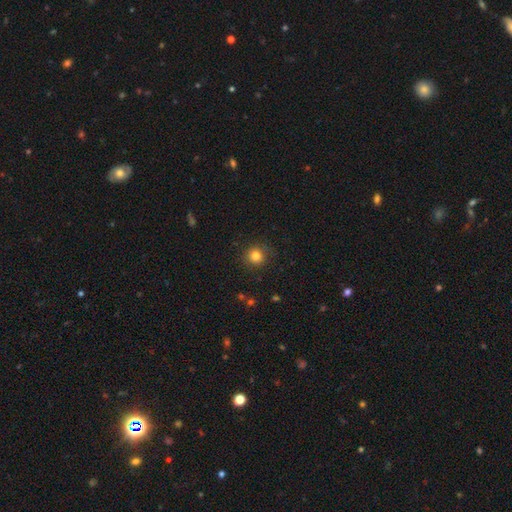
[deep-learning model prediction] A smooth galaxy with no disk features (82%) that is round (92%).

Vote fractions:
- Smooth or featured? smooth: 82% / star or artifact: 12% / featured or disk: 6%
- How rounded? round: 92% / in between: 7% / cigar-shaped: 1%
- Merging? none: 86% / minor disturbance: 10% / major disturbance: 3% / merger: 1%